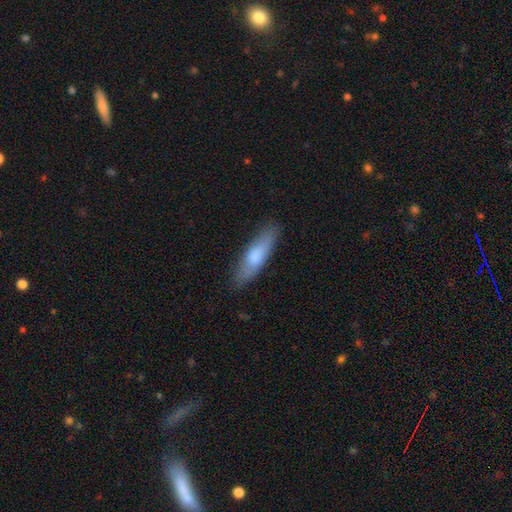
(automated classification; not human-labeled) Smooth or featured?
  - smooth: 72% *
  - featured or disk: 22%
  - star or artifact: 6%
How rounded?
  - cigar-shaped: 64% *
  - in between: 35%
  - round: 2%
Merging?
  - none: 82% *
  - minor disturbance: 14%
  - major disturbance: 3%
  - merger: 1%